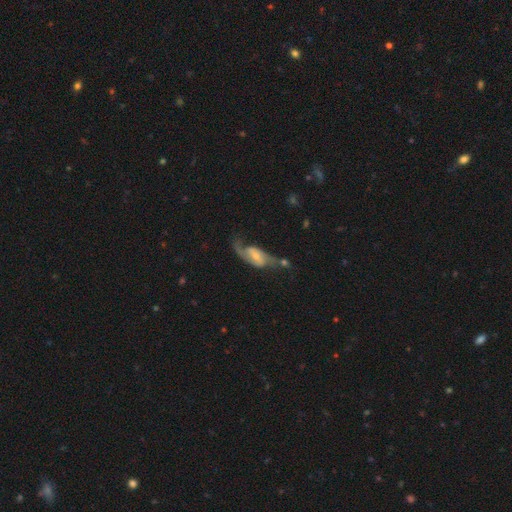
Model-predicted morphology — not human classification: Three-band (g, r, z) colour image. It shows a featured or disk galaxy (80%) with a weak bar (46%), 2 (85%) loose (53%) spiral arms (93%) and a small central bulge (50%). Merging: none (49%).